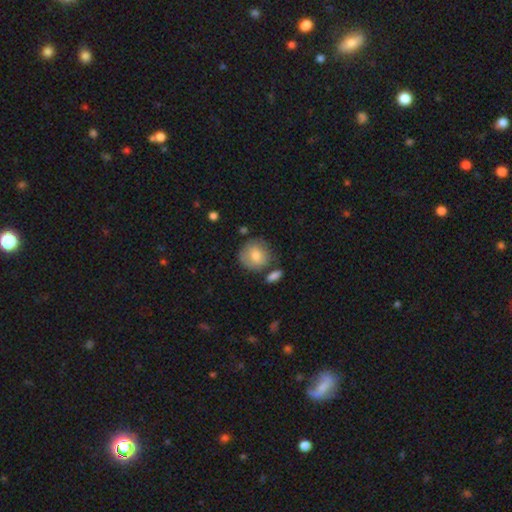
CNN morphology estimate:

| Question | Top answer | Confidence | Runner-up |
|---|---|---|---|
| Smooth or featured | smooth | 74% | featured or disk (18%) |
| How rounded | round | 87% | in between (12%) |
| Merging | none | 66% | minor disturbance (17%) |